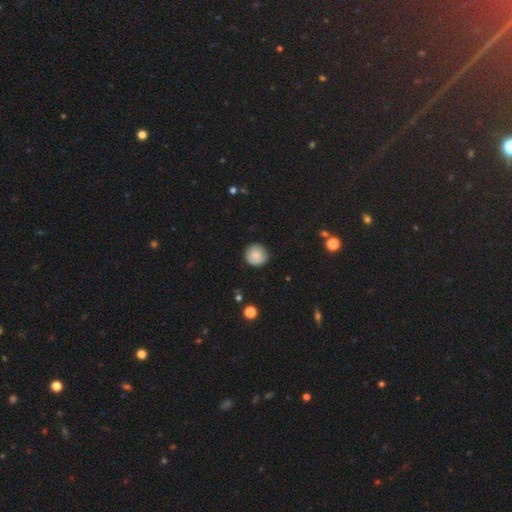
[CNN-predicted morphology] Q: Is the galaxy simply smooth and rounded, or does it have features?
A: smooth — 81%.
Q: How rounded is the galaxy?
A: round — 93%.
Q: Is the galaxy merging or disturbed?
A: none — 84%.